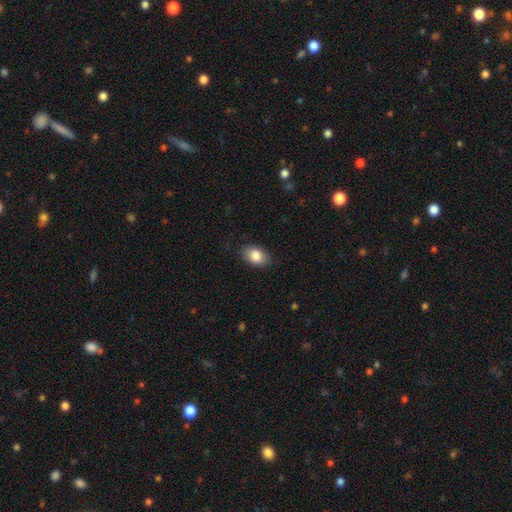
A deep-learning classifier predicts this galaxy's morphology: Smooth or featured?
  - smooth: 85% *
  - featured or disk: 7%
  - star or artifact: 7%
How rounded?
  - in between: 83% *
  - round: 15%
  - cigar-shaped: 1%
Merging?
  - none: 83% *
  - minor disturbance: 13%
  - major disturbance: 3%
  - merger: 1%